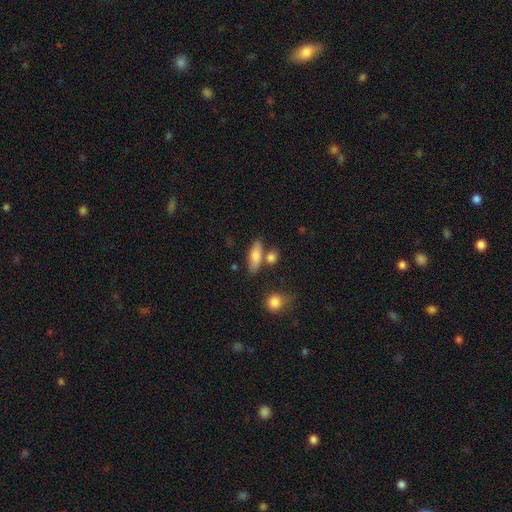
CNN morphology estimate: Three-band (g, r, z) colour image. It shows a smooth galaxy with no disk features (77%) that is in between round and cigar-shaped (65%). Merging: none (67%).